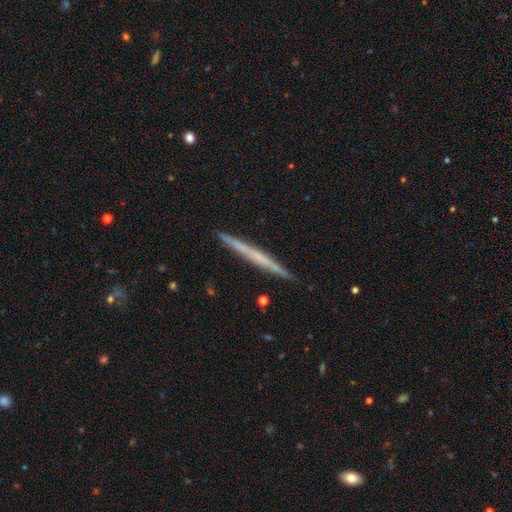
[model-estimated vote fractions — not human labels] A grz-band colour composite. It shows a featured or disk galaxy (55%) viewed edge-on (98%) with no central bulge (84%). Merging: none (91%).